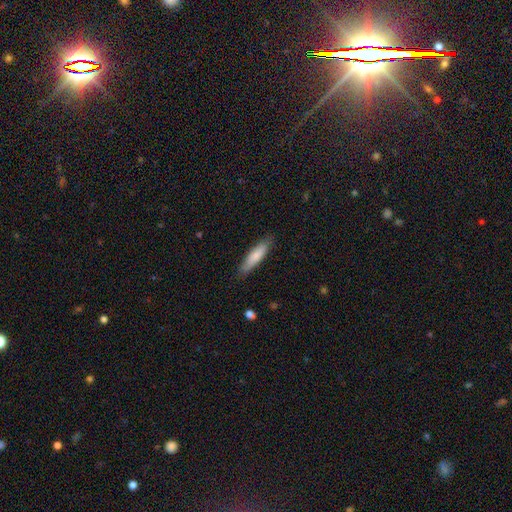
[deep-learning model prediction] smooth_or_featured: smooth (p=0.78) [alt: featured or disk p=0.17]
how_rounded: cigar-shaped (p=0.78) [alt: in between p=0.21]
merging: none (p=0.85) [alt: minor disturbance p=0.12]